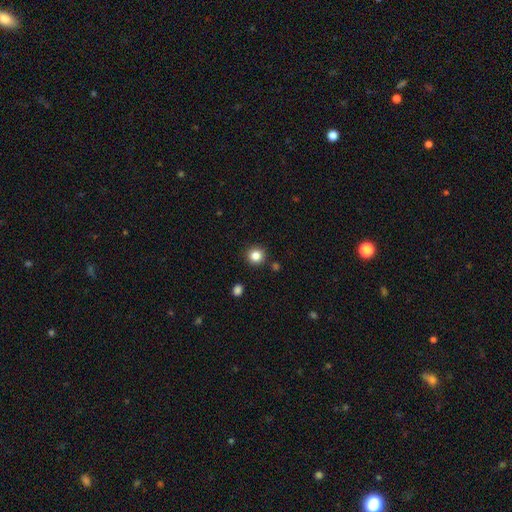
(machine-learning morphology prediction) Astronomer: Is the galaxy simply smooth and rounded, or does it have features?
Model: smooth — 84%.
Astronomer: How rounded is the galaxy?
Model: round — 93%.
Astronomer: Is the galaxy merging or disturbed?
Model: none — 90%.